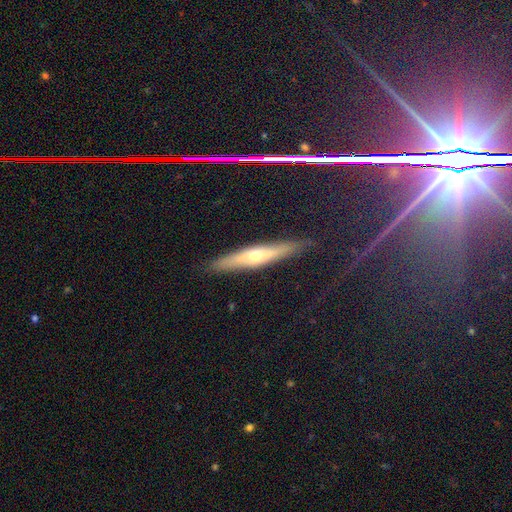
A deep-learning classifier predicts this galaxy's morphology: This is possibly a featured or disk galaxy (55%). It is clearly viewed edge-on (87%). Merging: clearly none (88%).